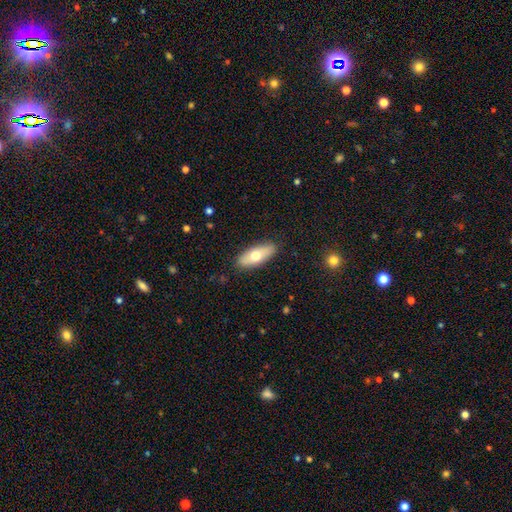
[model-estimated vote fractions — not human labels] This is likely a smooth galaxy (66%). How rounded: likely in between (72%). Merging: clearly none (88%).